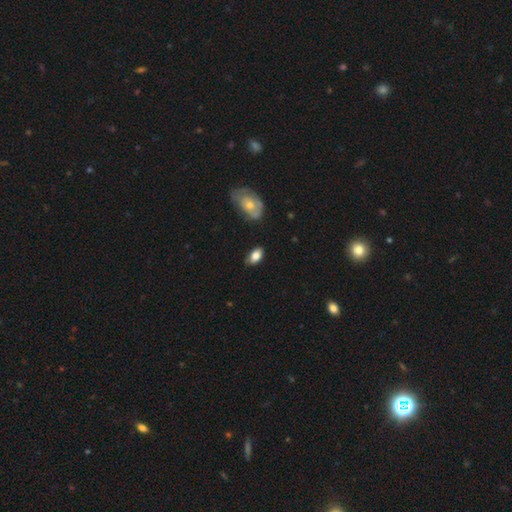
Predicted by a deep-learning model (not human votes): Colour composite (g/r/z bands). It shows a smooth galaxy with no disk features (80%) that is in between round and cigar-shaped (92%). Merging: none (77%).